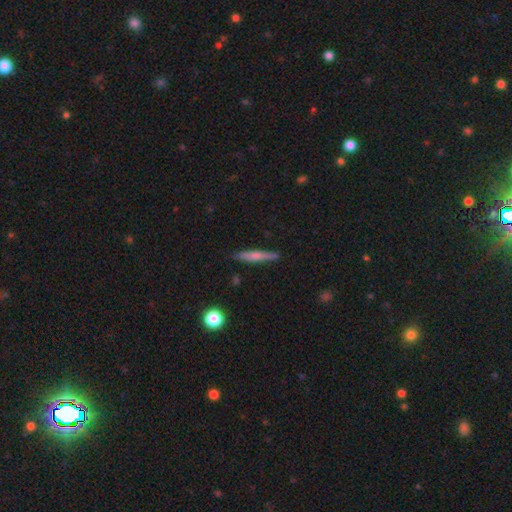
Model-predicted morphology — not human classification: Smooth or featured?
  - smooth: 57% *
  - featured or disk: 36%
  - star or artifact: 7%
How rounded?
  - cigar-shaped: 92% *
  - in between: 6%
  - round: 2%
Merging?
  - none: 87% *
  - minor disturbance: 10%
  - major disturbance: 2%
  - merger: 2%